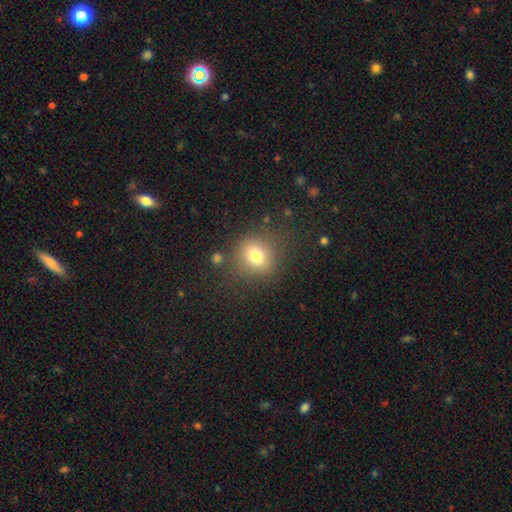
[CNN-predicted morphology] smooth_or_featured: smooth (p=0.76) [alt: star or artifact p=0.14]
how_rounded: round (p=0.82) [alt: in between p=0.17]
merging: none (p=0.80) [alt: minor disturbance p=0.11]